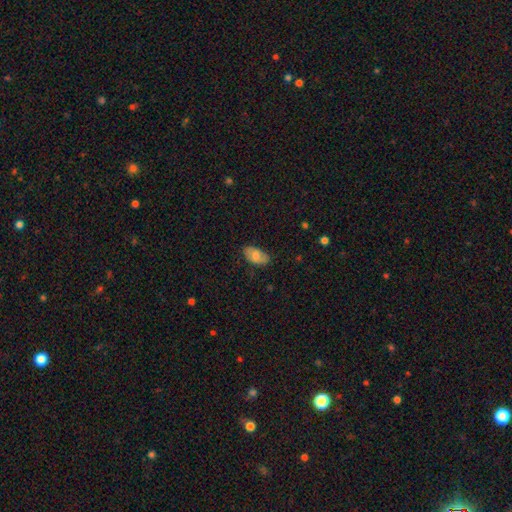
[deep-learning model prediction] The model was most divided on "smooth or featured": smooth: 76%, featured or disk: 17%, star or artifact: 7%. More confident: how rounded — in between (94%); merging — none (78%).